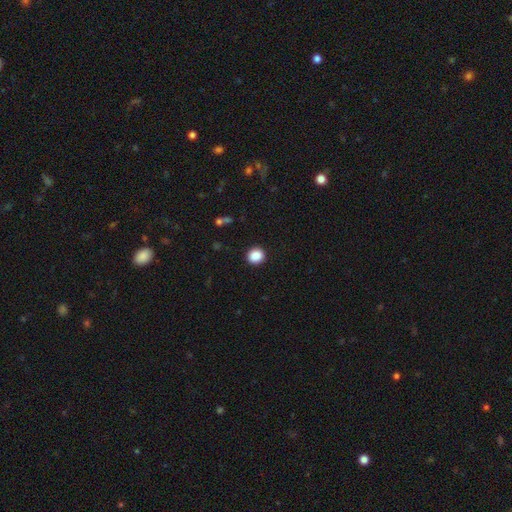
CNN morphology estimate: Overall: smooth (88%). How rounded: round (88%). Merging: none (92%).